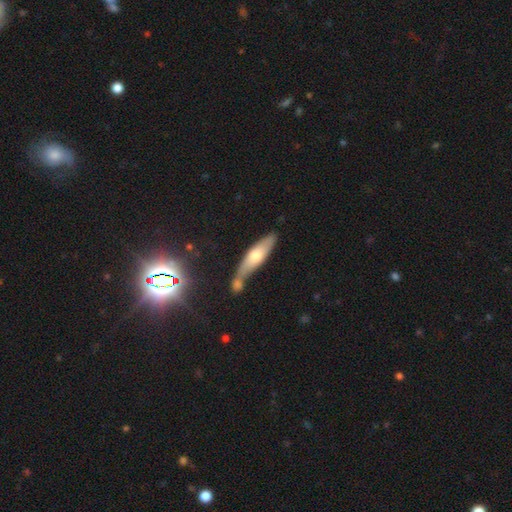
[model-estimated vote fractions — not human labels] Smooth or featured? Predicted: smooth (p=0.59). How rounded? Predicted: cigar-shaped (p=0.61). Merging? Predicted: none (p=0.47).